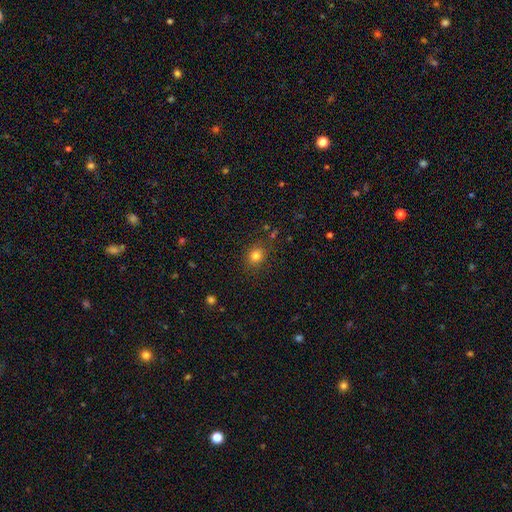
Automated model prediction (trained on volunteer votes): Overall: smooth (80%). How rounded: round (73%). Merging: none (84%).